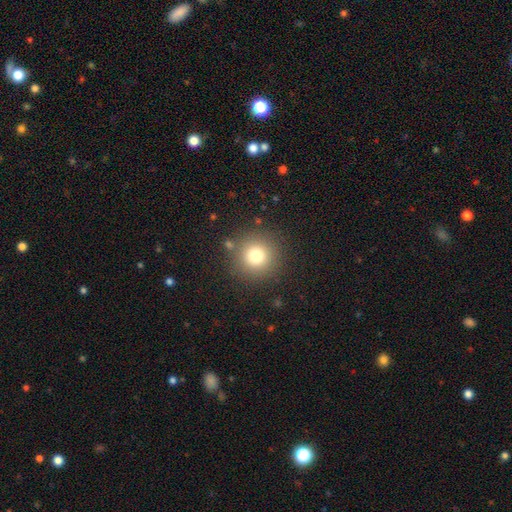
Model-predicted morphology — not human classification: Smooth or featured: smooth — 76% (star or artifact — 14%)
How rounded: round — 95% (in between — 4%)
Merging: none — 86% (minor disturbance — 7%)